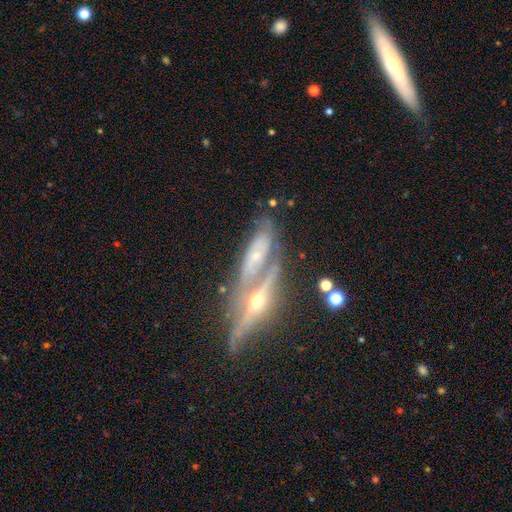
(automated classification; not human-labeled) Smooth or featured? Predicted: featured or disk (p=0.75). Edge-on disk? Predicted: yes (p=0.52). Merging? Predicted: merger (p=0.39).